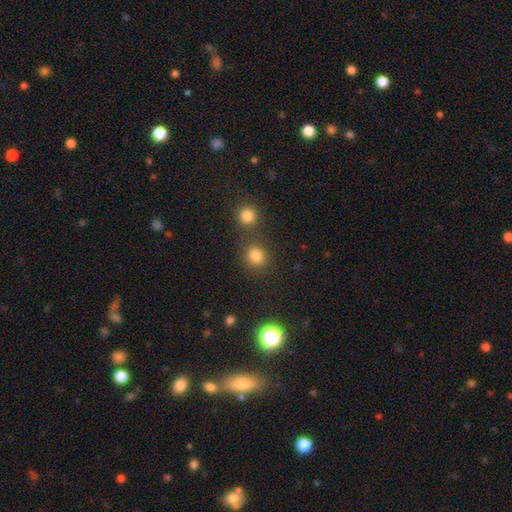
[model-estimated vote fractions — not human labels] This appears to be a smooth galaxy with no disk features (80%) that is round (84%). Merging: none (68%).